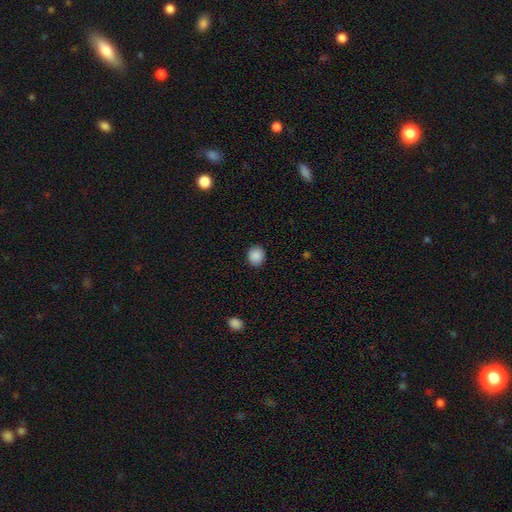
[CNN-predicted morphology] type=smooth (89%); roundness=round (81%); merging=none (90%).